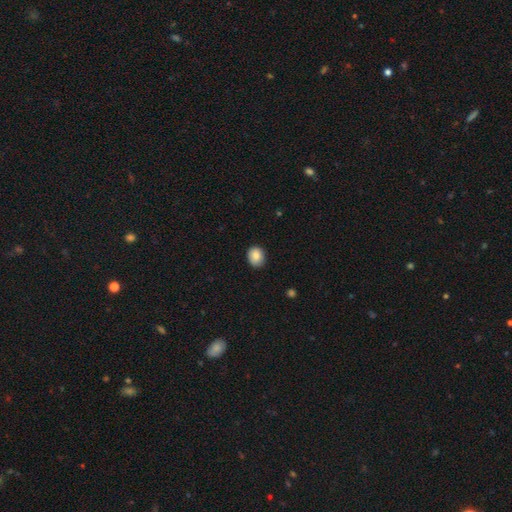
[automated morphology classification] Smooth or featured? smooth (86%)
How rounded? round (58%)
Merging? none (86%)